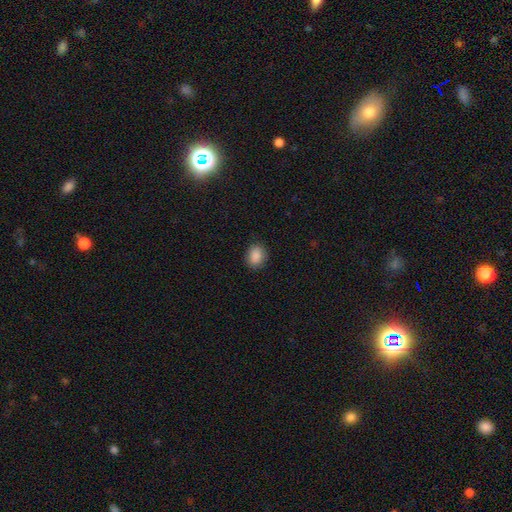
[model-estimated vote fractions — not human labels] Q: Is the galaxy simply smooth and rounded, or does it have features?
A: smooth — 89%.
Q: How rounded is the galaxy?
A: in between — 61%.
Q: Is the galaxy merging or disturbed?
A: none — 87%.